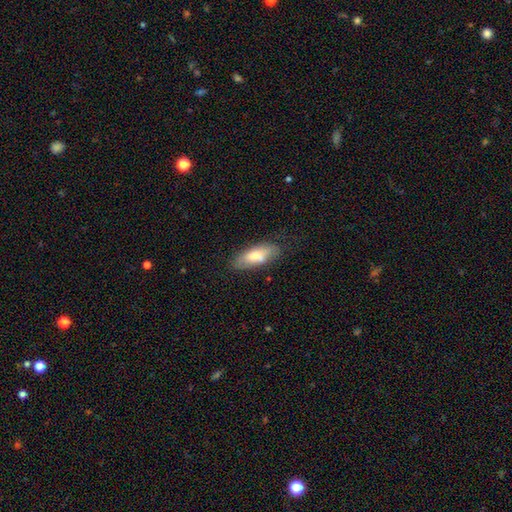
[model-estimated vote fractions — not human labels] Smooth or featured? smooth (72%)
How rounded? in between (72%)
Merging? none (68%)